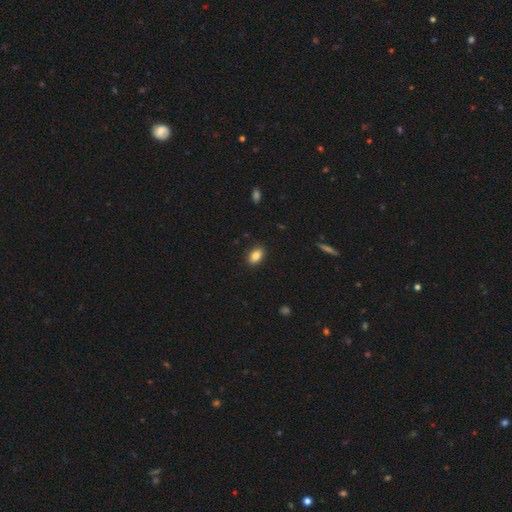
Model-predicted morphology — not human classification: This is clearly a smooth galaxy (84%). How rounded: clearly in between (87%). Merging: clearly none (88%).